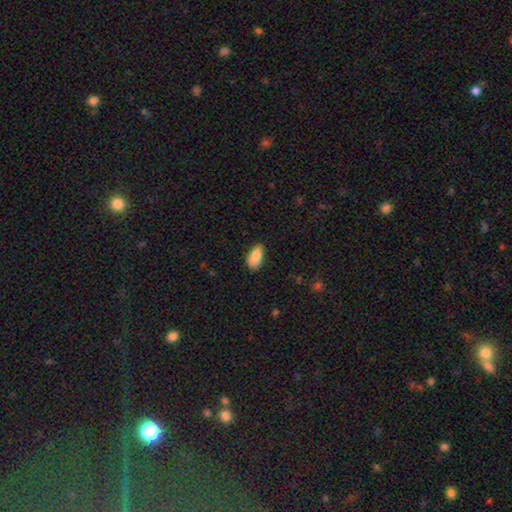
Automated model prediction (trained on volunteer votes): Q: Smooth or featured?
A: smooth (83%); runner-up: featured or disk (9%)
Q: How rounded?
A: in between (92%); runner-up: cigar-shaped (4%)
Q: Merging?
A: none (64%); runner-up: minor disturbance (28%)